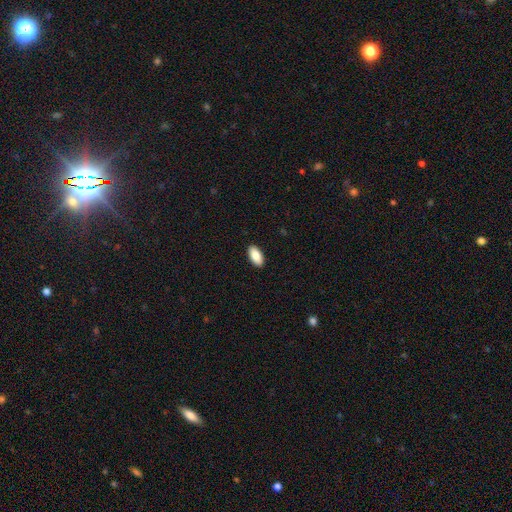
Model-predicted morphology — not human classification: smooth-or-featured: smooth: 87% | featured or disk: 7% | star or artifact: 6%
  how-rounded: in between: 93% | cigar-shaped: 5% | round: 2%
  merging: none: 91% | minor disturbance: 7% | major disturbance: 2% | merger: 1%